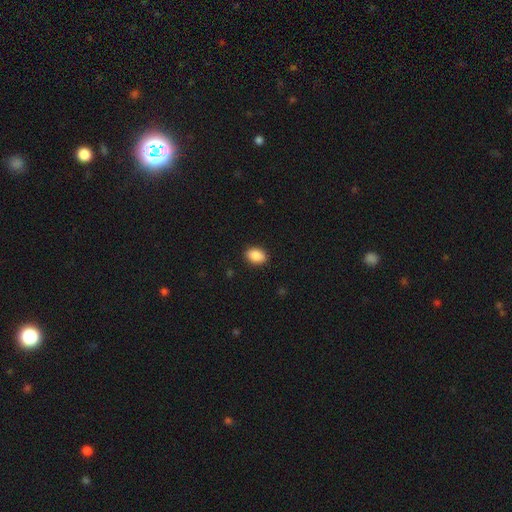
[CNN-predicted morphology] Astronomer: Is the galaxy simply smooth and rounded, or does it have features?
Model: smooth — 89%.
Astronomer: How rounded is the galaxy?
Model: in between — 83%.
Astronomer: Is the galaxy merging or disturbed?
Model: none — 90%.